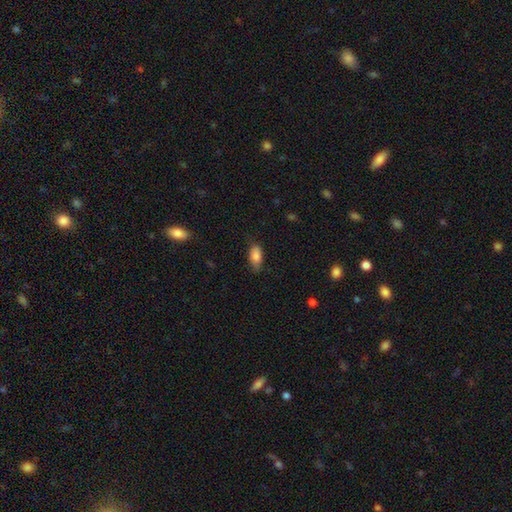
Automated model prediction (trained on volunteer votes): A smooth galaxy with no disk features (85%) that is in between round and cigar-shaped (88%). Merging: none (70%).